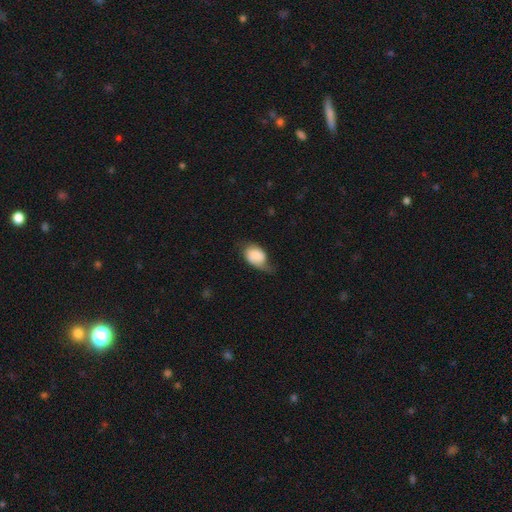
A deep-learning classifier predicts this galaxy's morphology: smooth-or-featured: smooth: 72% | featured or disk: 20% | star or artifact: 8%
  how-rounded: in between: 81% | round: 18% | cigar-shaped: 1%
  merging: minor disturbance: 42% | none: 32% | major disturbance: 23% | merger: 2%